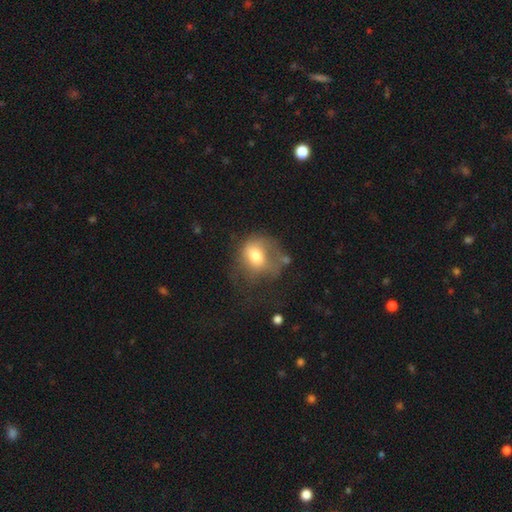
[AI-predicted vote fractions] A smooth galaxy with no disk features (65%) that is round (56%). Merging: major disturbance (36%).